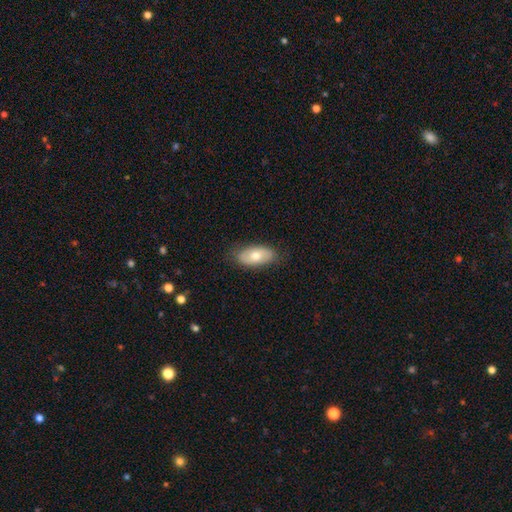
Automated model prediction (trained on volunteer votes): Morphology: type=smooth (66%); roundness=in between (92%); merging=none (81%).